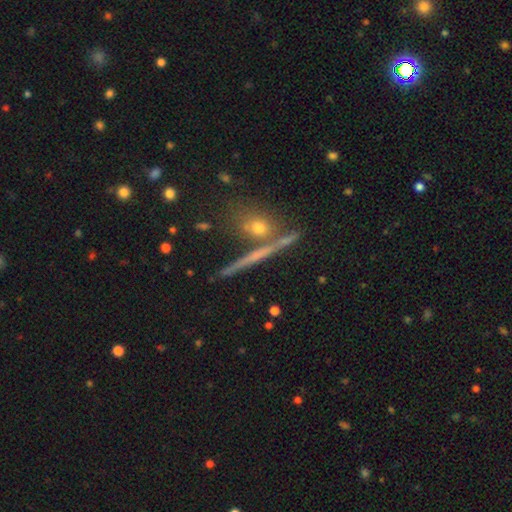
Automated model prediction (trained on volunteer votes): Smooth or featured? featured or disk (50%)
Edge-on disk? yes (91%)
Merging? none (79%)